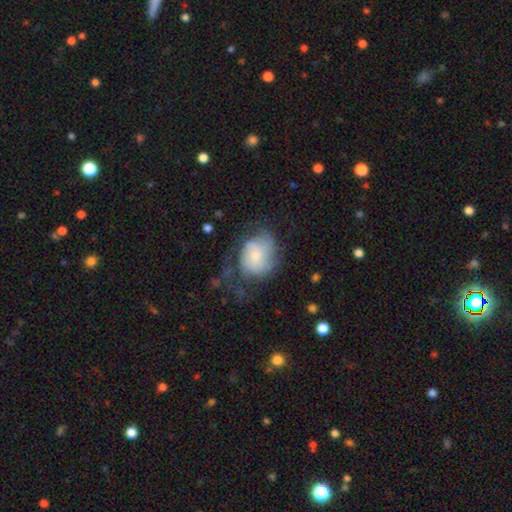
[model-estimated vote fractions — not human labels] Morphology: type=smooth (48%); merging=none (39%).